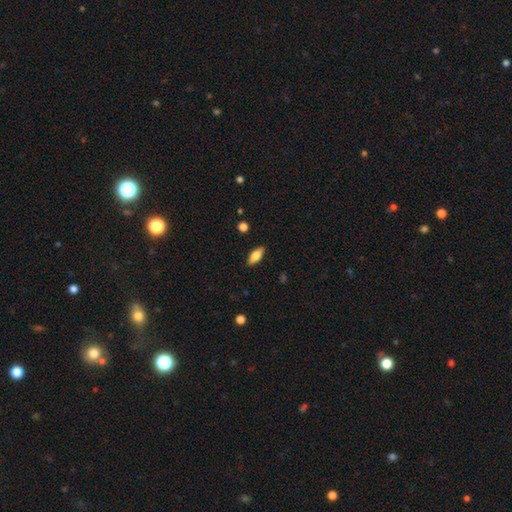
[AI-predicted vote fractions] smooth_or_featured: smooth (p=0.75) [alt: featured or disk p=0.18]
how_rounded: in between (p=0.79) [alt: cigar-shaped p=0.18]
merging: none (p=0.88) [alt: minor disturbance p=0.09]